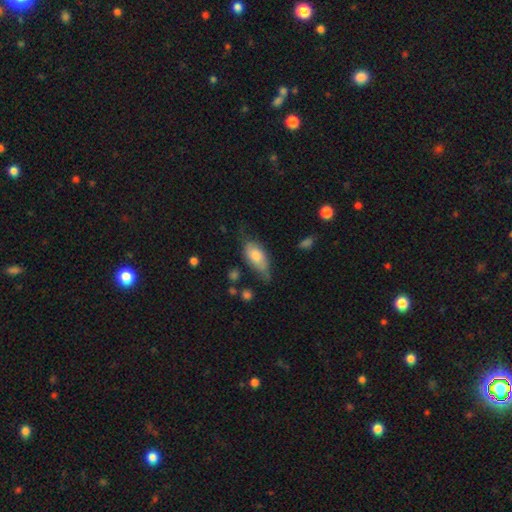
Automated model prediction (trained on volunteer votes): The model was most divided on "merging": none: 41%, minor disturbance: 40%, major disturbance: 15%, merger: 3%. More confident: how rounded — in between (89%); smooth or featured — smooth (70%).